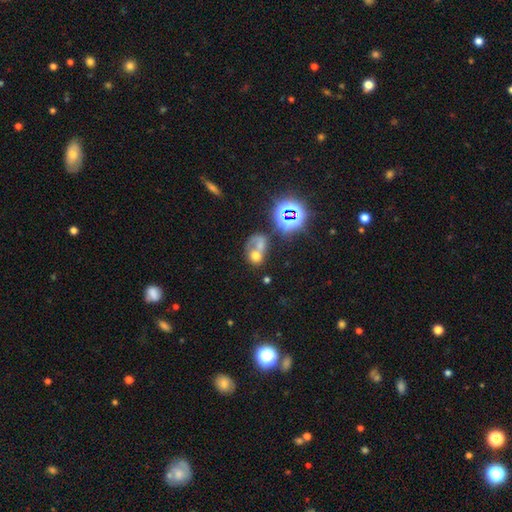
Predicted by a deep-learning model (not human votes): smooth_or_featured: smooth (p=0.49) [alt: featured or disk p=0.30]
merging: merger (p=0.61) [alt: none p=0.19]